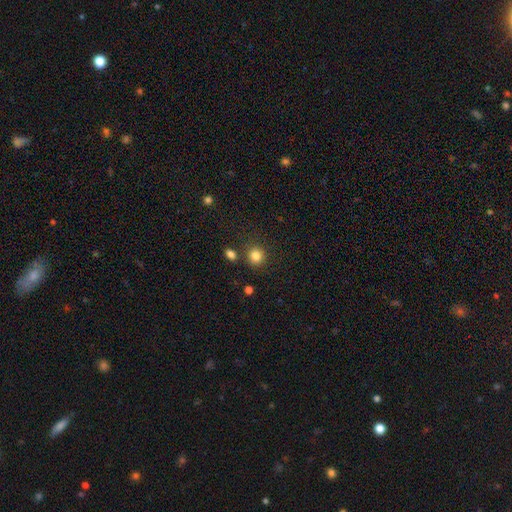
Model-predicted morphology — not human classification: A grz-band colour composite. It shows a smooth galaxy with no disk features (83%) that is round (89%). Merging: none (82%).